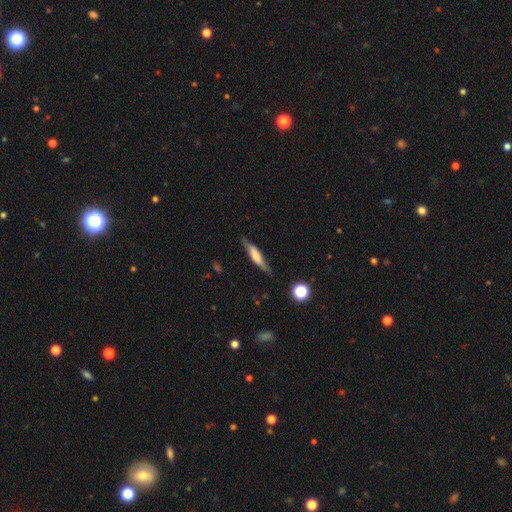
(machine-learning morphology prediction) A featured or disk galaxy (48%). Merging: none (80%).